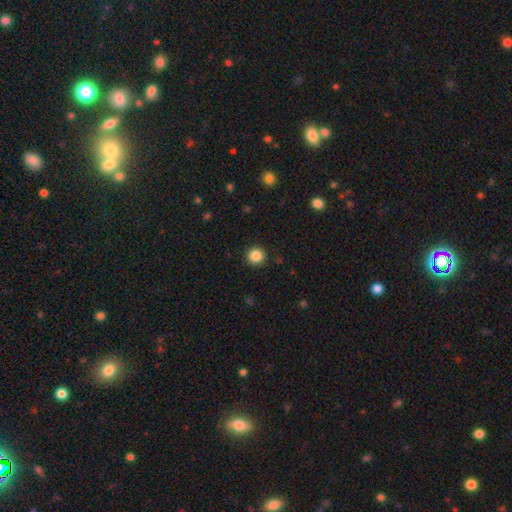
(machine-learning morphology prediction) This is clearly a smooth galaxy (86%). How rounded: clearly round (94%). Merging: clearly none (91%).